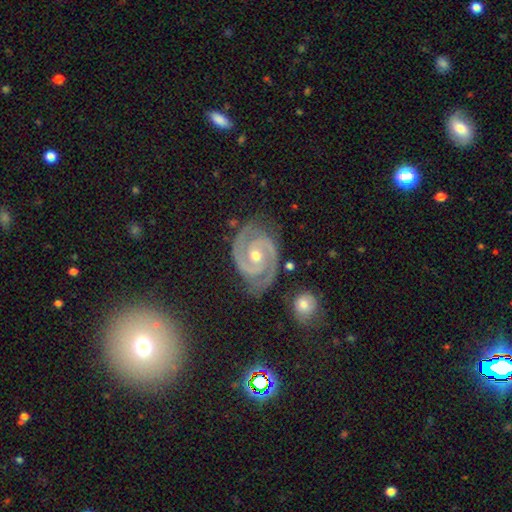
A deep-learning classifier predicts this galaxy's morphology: Q: Smooth or featured?
A: featured or disk (92%); runner-up: star or artifact (5%)
Q: Edge-on disk?
A: no (98%); runner-up: yes (2%)
Q: Bar?
A: no (63%); runner-up: weak (26%)
Q: Spiral arms?
A: yes (98%); runner-up: no (2%)
Q: Spiral winding?
A: tight (62%); runner-up: medium (34%)
Q: Spiral arm count?
A: 2 (91%); runner-up: 3 (3%)
Q: Bulge size?
A: moderate (65%); runner-up: small (31%)
Q: Merging?
A: none (79%); runner-up: minor disturbance (15%)